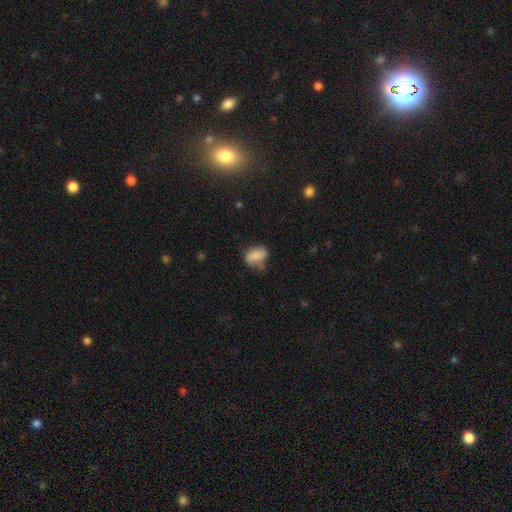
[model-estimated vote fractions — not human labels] A smooth galaxy with no disk features (74%) that is in between round and cigar-shaped (80%).

Vote fractions:
- Smooth or featured? smooth: 74% / featured or disk: 17% / star or artifact: 9%
- How rounded? in between: 80% / round: 18% / cigar-shaped: 2%
- Merging? none: 47% / minor disturbance: 35% / major disturbance: 13% / merger: 5%